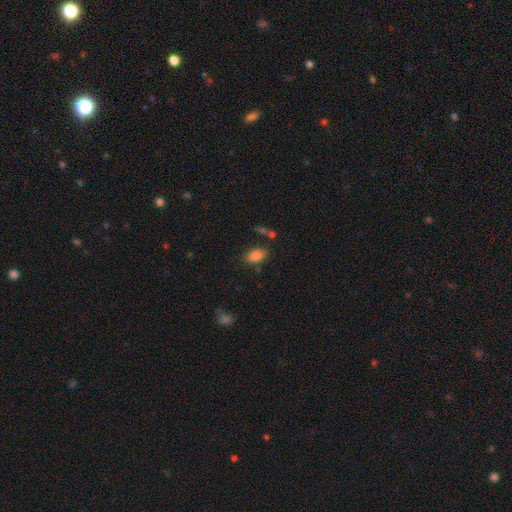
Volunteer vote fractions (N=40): Overall: smooth (90%). How rounded: in between (92%). Merging: none (92%).